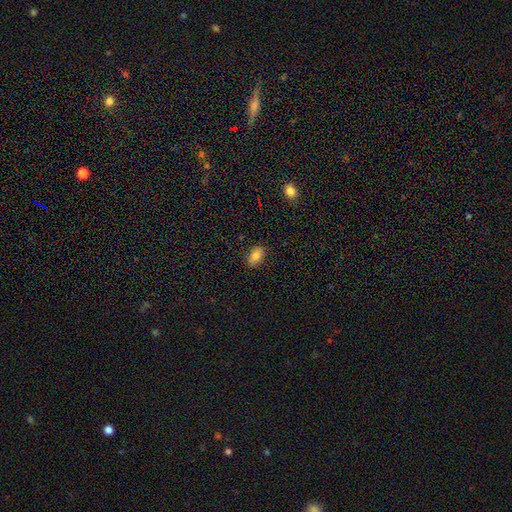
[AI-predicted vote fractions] Smooth or featured? Predicted: smooth (p=0.79). How rounded? Predicted: in between (p=0.87). Merging? Predicted: none (p=0.86).